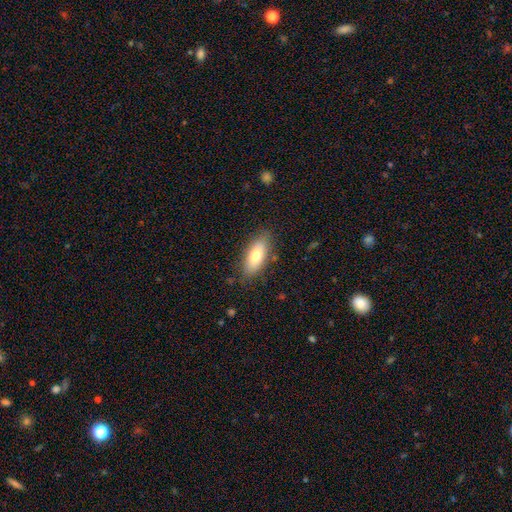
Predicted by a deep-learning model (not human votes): Morphology: type=smooth (74%); roundness=in between (83%); merging=none (82%).